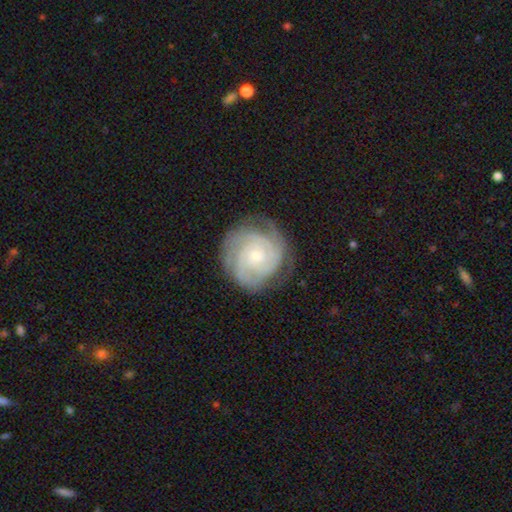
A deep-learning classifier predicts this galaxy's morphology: Q: Smooth or featured?
A: featured or disk (84%); runner-up: smooth (11%)
Q: Edge-on disk?
A: no (98%); runner-up: yes (2%)
Q: Bar?
A: no (75%); runner-up: weak (21%)
Q: Spiral arms?
A: yes (97%); runner-up: no (3%)
Q: Spiral winding?
A: tight (76%); runner-up: medium (20%)
Q: Spiral arm count?
A: 3 (32%); runner-up: can't tell (25%)
Q: Bulge size?
A: small (54%); runner-up: moderate (40%)
Q: Merging?
A: none (77%); runner-up: minor disturbance (16%)